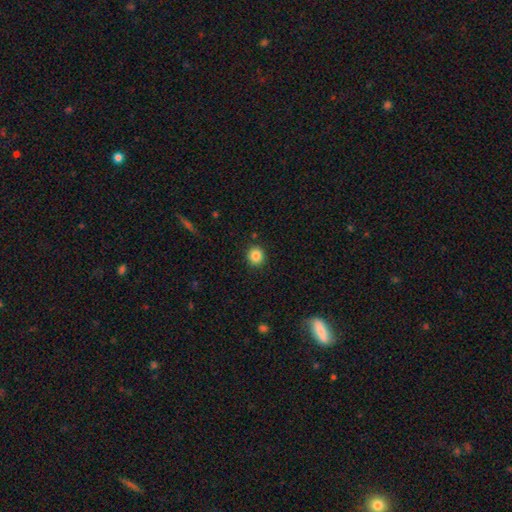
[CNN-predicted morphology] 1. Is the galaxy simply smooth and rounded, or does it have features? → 86% smooth, 10% star or artifact, 4% featured or disk.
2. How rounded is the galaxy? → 87% round, 12% in between, 1% cigar-shaped.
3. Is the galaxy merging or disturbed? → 91% none, 6% minor disturbance, 2% major disturbance, 1% merger.